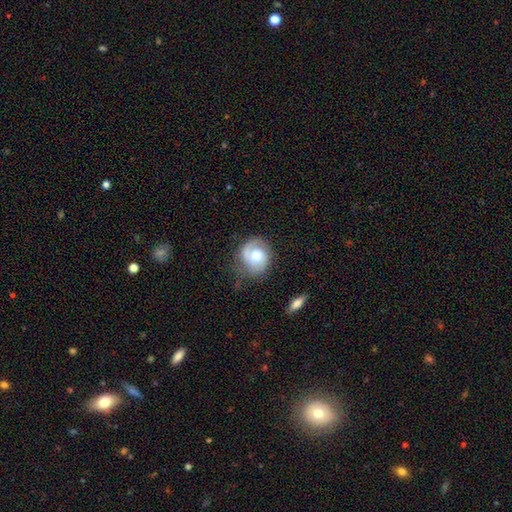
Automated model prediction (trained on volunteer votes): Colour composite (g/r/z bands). It shows a featured or disk galaxy (65%) with no bar (70%), 2 (51%) tight (44%) spiral arms (91%) and a moderate central bulge (66%). Merging: none (64%).